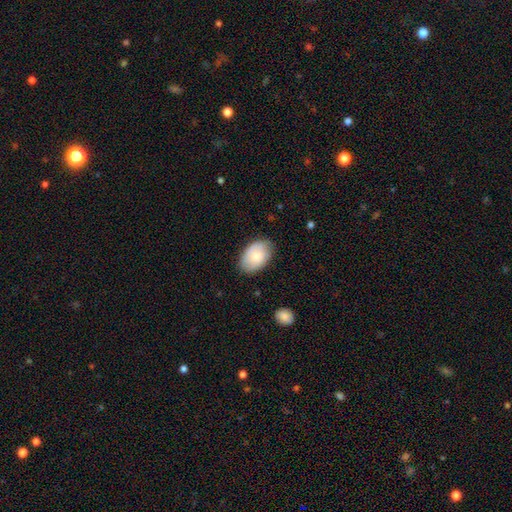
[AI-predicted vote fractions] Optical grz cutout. It shows a smooth galaxy with no disk features (73%) that is in between round and cigar-shaped (89%). Merging: none (78%).